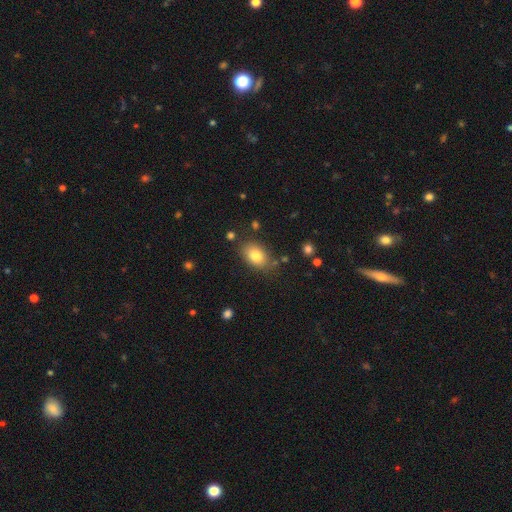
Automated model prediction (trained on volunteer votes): Smooth or featured? Predicted: smooth (p=0.81). How rounded? Predicted: in between (p=0.83). Merging? Predicted: none (p=0.78).